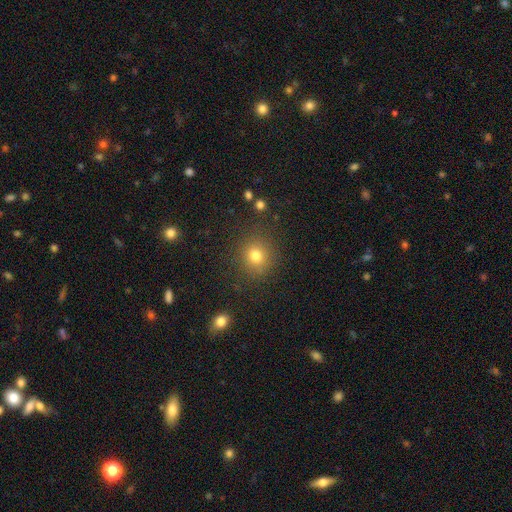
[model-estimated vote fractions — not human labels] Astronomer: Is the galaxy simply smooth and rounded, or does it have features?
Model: smooth — 78%.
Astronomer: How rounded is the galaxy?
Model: round — 87%.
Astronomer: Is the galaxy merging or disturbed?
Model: none — 85%.